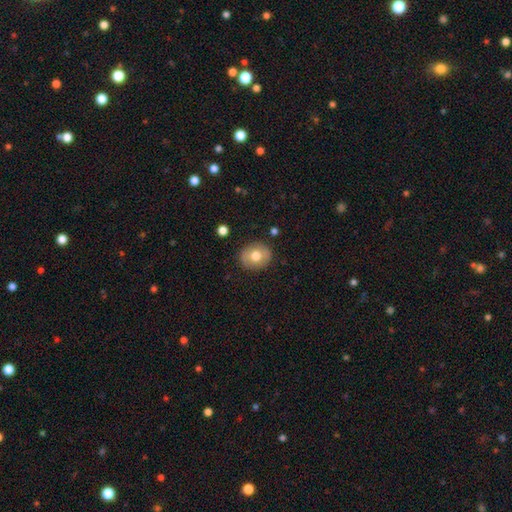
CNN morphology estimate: A smooth galaxy with no disk features (69%) that is round (68%).

Vote fractions:
- Smooth or featured? smooth: 69% / featured or disk: 23% / star or artifact: 8%
- How rounded? round: 68% / in between: 31% / cigar-shaped: 1%
- Merging? none: 87% / minor disturbance: 10% / major disturbance: 2% / merger: 1%